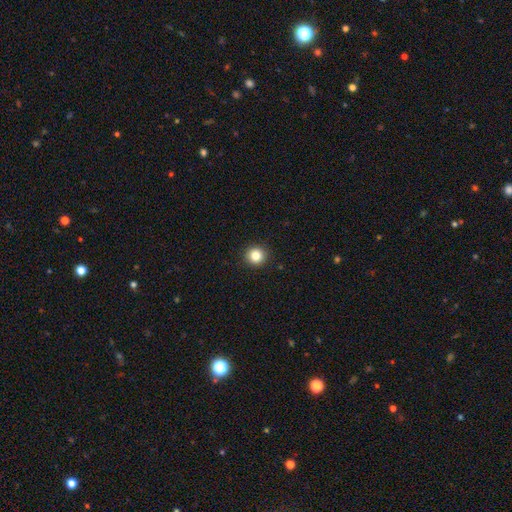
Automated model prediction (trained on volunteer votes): Overall: smooth (83%). How rounded: round (94%). Merging: none (93%).